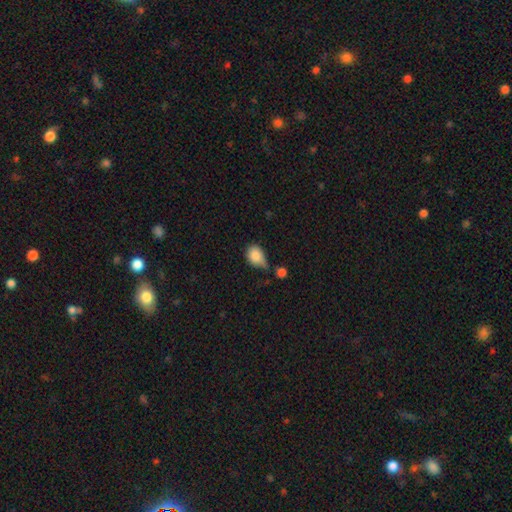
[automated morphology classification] Smooth or featured? smooth (84%)
How rounded? in between (62%)
Merging? minor disturbance (38%)